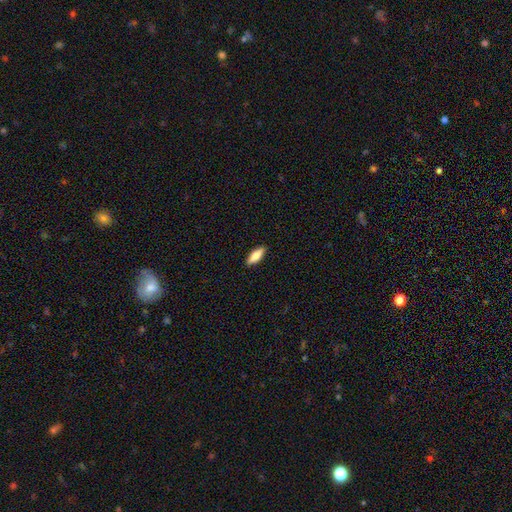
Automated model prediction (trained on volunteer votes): smooth 75%, featured or disk 19%, star or artifact 6%. Down the decision tree: how rounded — in between (61%); merging — none (90%).